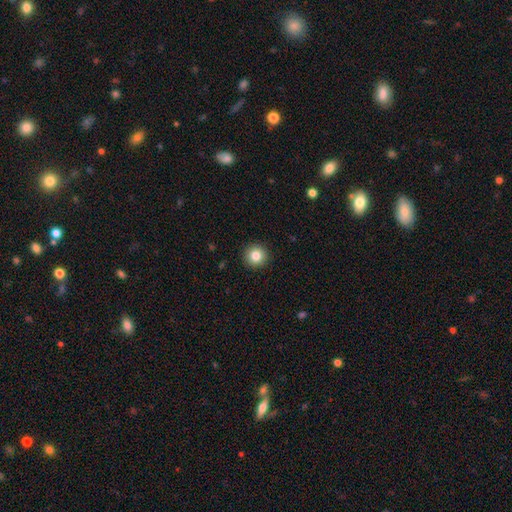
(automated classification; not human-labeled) Overall: smooth (83%). How rounded: round (95%). Merging: none (93%).